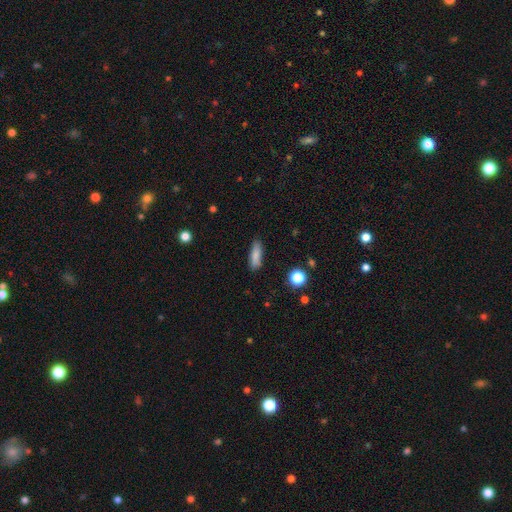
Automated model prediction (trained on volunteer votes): smooth-or-featured: smooth: 82% | featured or disk: 9% | star or artifact: 8%
  how-rounded: cigar-shaped: 52% | in between: 45% | round: 3%
  merging: none: 82% | minor disturbance: 13% | major disturbance: 3% | merger: 2%